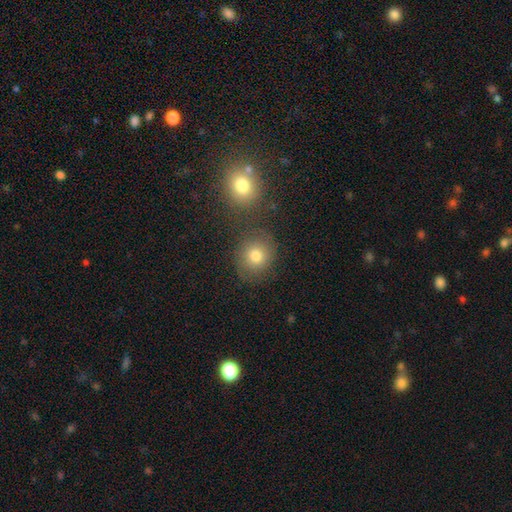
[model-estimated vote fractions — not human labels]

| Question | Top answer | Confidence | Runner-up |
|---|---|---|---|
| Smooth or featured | smooth | 76% | star or artifact (14%) |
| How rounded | round | 81% | in between (18%) |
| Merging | none | 74% | merger (12%) |